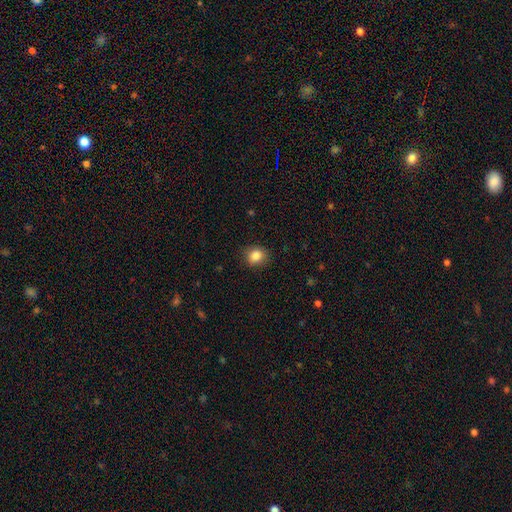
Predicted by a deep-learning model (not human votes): The model was most divided on "how rounded": round: 71%, in between: 28%, cigar-shaped: 1%. More confident: smooth or featured — smooth (85%); merging — none (84%).